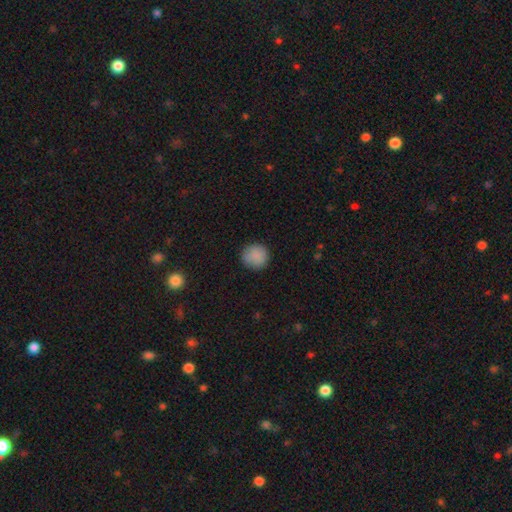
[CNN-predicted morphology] Smooth or featured? smooth (88%)
How rounded? round (93%)
Merging? none (87%)